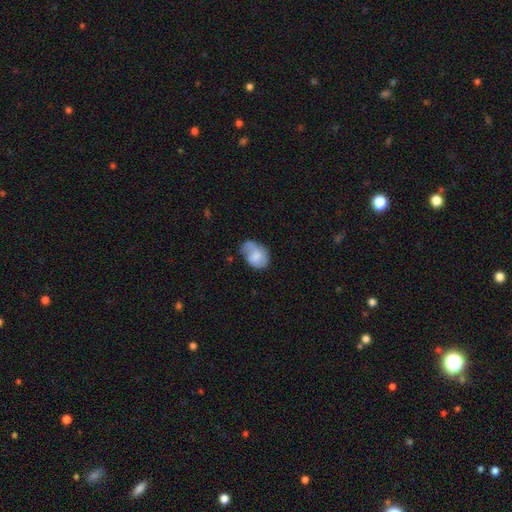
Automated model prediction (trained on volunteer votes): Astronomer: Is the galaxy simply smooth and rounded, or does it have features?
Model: smooth — 61%.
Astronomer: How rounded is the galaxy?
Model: in between — 79%.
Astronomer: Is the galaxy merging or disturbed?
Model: minor disturbance — 38% (runner-up: none, 37%).